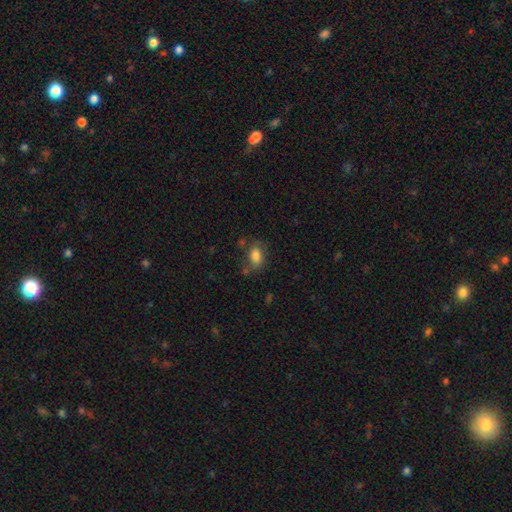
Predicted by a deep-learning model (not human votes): Overall: smooth (80%). How rounded: in between (79%). Merging: none (62%).